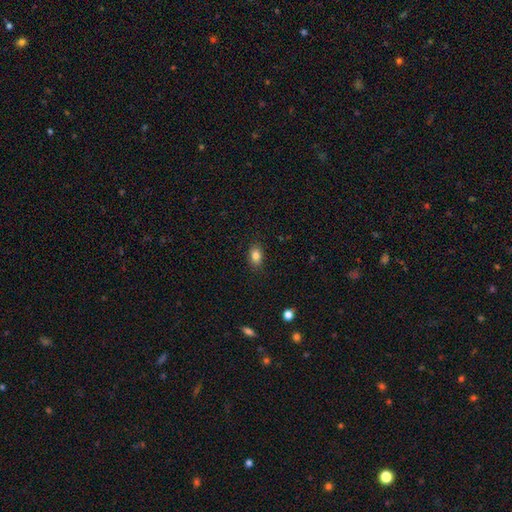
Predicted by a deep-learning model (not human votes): Smooth or featured? smooth (84%)
How rounded? in between (81%)
Merging? none (87%)